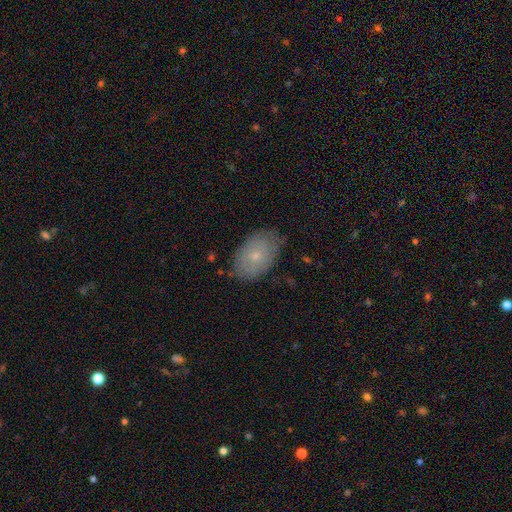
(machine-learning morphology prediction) Overall: smooth (60%; featured or disk 32%). How rounded: in between (88%). Merging: none (75%).